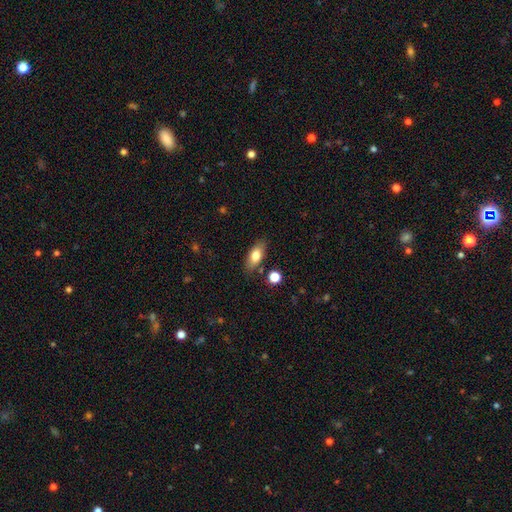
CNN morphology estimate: Smooth or featured? smooth (77%)
How rounded? in between (82%)
Merging? none (82%)